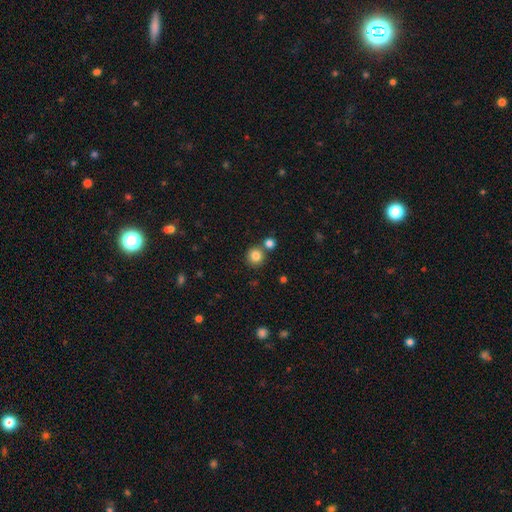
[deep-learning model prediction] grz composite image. It shows a smooth galaxy with no disk features (83%) that is round (91%). Merging: none (73%).